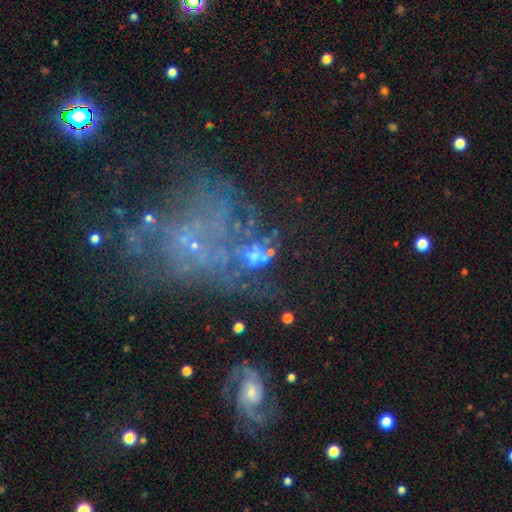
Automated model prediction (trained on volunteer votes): Smooth or featured? featured or disk (48%)
Merging? none (34%)